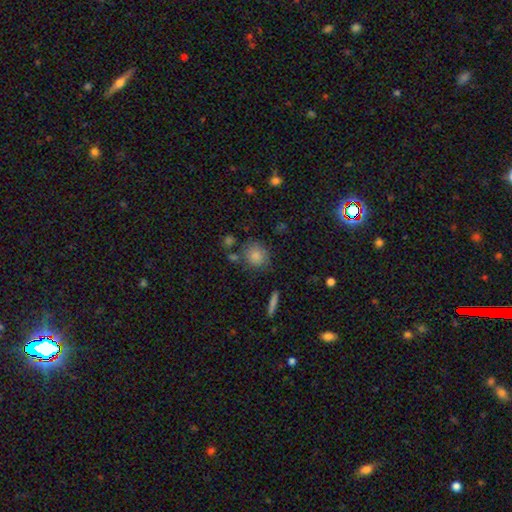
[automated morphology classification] Smooth or featured: smooth — 83% (star or artifact — 9%)
How rounded: round — 74% (in between — 25%)
Merging: none — 72% (minor disturbance — 15%)